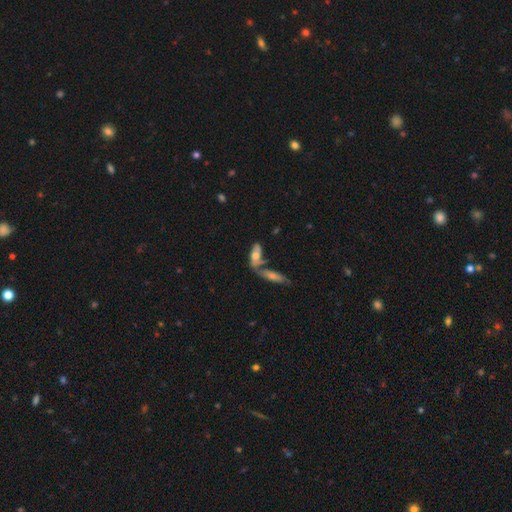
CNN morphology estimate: Overall: smooth (52%; featured or disk 40%). How rounded: in between (68%; cigar-shaped 29%). Merging: merger (45%; none 35%).